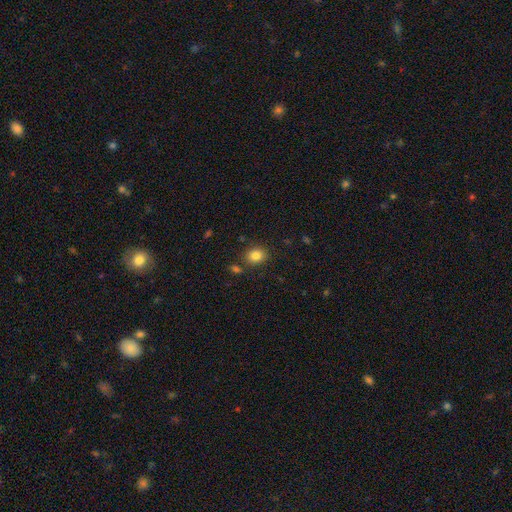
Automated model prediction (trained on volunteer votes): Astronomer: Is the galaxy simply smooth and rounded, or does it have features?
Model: smooth — 83%.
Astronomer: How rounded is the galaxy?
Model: round — 55% (runner-up: in between, 44%).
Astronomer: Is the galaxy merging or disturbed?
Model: none — 81%.